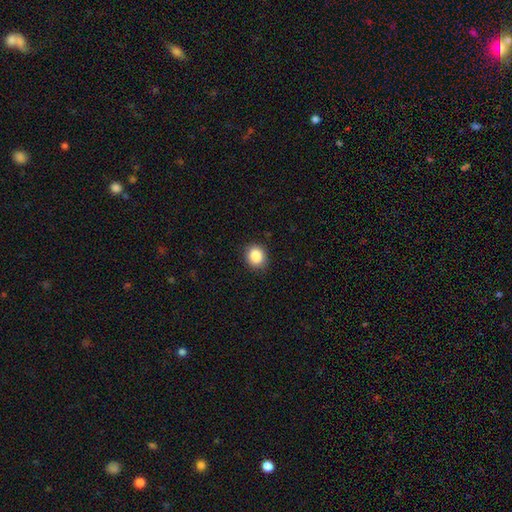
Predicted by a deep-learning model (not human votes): Smooth or featured: smooth — 88% (star or artifact — 9%)
How rounded: round — 73% (in between — 26%)
Merging: none — 87% (minor disturbance — 10%)